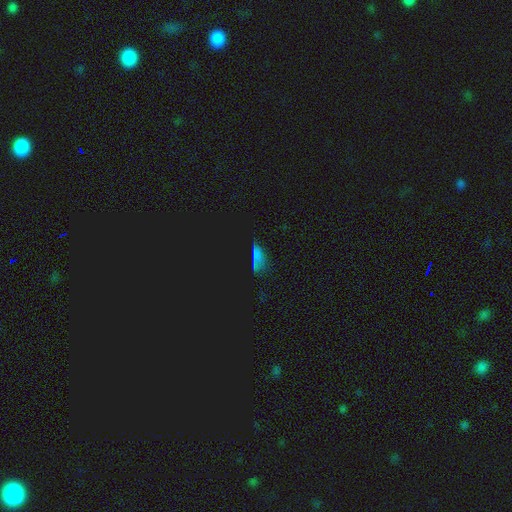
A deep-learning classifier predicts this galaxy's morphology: Smooth or featured?
  - smooth: 45% *
  - star or artifact: 44%
  - featured or disk: 11%
Merging?
  - none: 53% *
  - minor disturbance: 25%
  - major disturbance: 15%
  - merger: 7%